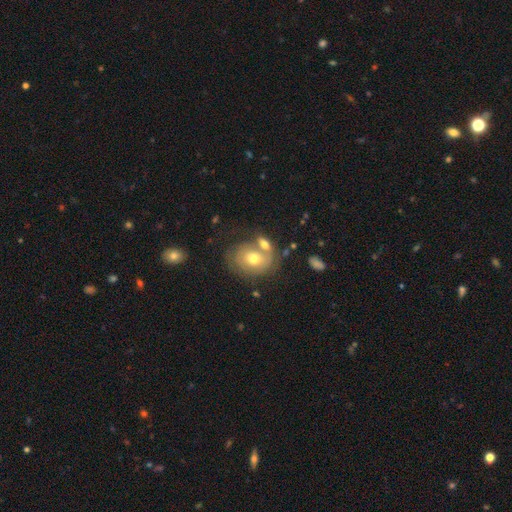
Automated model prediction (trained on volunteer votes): Smooth or featured: featured or disk — 47% (smooth — 40%)
Merging: none — 54% (merger — 23%)